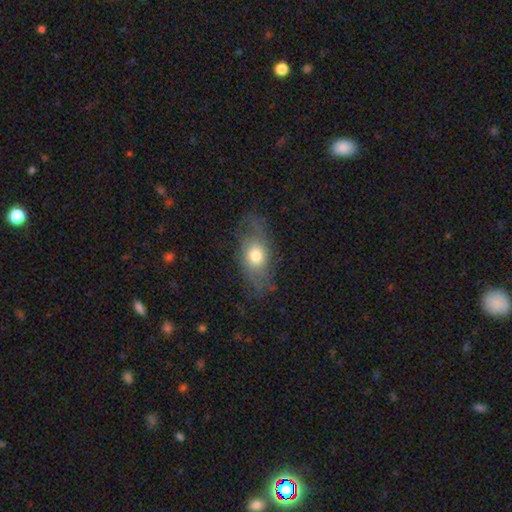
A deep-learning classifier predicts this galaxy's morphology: smooth_or_featured: smooth (p=0.55) [alt: featured or disk p=0.37]
how_rounded: in between (p=0.79) [alt: round p=0.15]
merging: none (p=0.61) [alt: minor disturbance p=0.22]